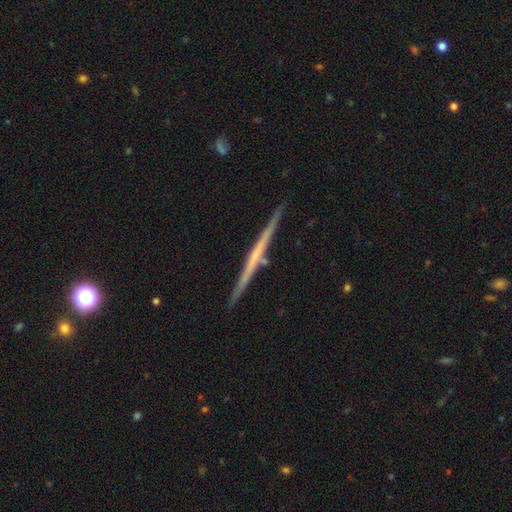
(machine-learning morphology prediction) Smooth or featured? featured or disk (69%)
Edge-on disk? yes (98%)
Edge-on bulge? none (81%)
Merging? none (89%)